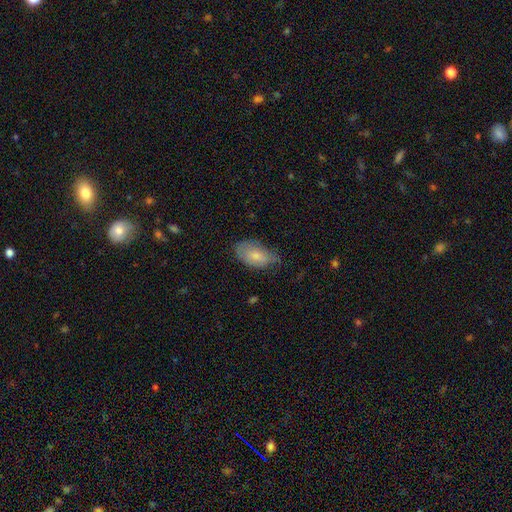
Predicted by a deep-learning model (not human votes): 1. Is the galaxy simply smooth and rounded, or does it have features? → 75% smooth, 18% featured or disk, 6% star or artifact.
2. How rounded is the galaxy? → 93% in between, 5% round, 2% cigar-shaped.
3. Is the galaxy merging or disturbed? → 58% none, 33% minor disturbance, 8% major disturbance, 1% merger.